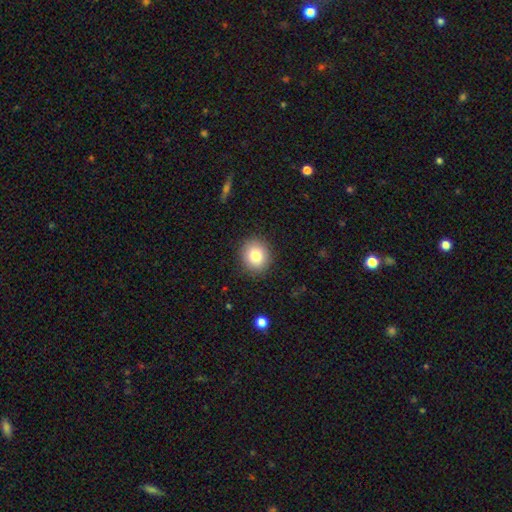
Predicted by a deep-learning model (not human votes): smooth 81%, star or artifact 10%, featured or disk 9%. Down the decision tree: how rounded — round (81%); merging — none (89%).